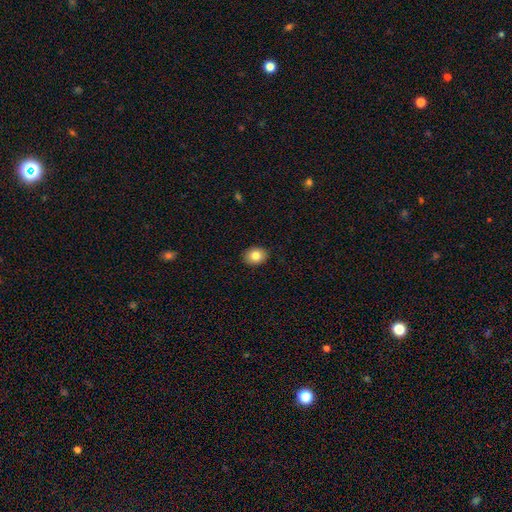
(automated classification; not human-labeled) Smooth or featured?
  - smooth: 83% *
  - featured or disk: 9%
  - star or artifact: 9%
How rounded?
  - in between: 53% *
  - round: 46%
  - cigar-shaped: 1%
Merging?
  - none: 90% *
  - minor disturbance: 7%
  - major disturbance: 2%
  - merger: 1%